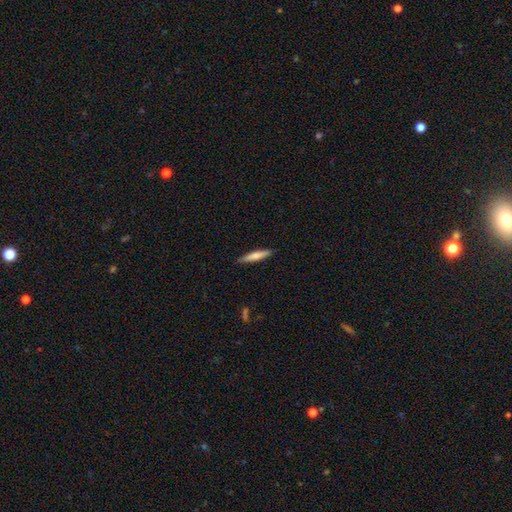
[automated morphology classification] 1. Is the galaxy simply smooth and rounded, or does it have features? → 62% smooth, 32% featured or disk, 6% star or artifact.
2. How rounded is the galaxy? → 89% cigar-shaped, 10% in between, 2% round.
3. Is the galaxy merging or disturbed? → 89% none, 8% minor disturbance, 2% major disturbance, 1% merger.